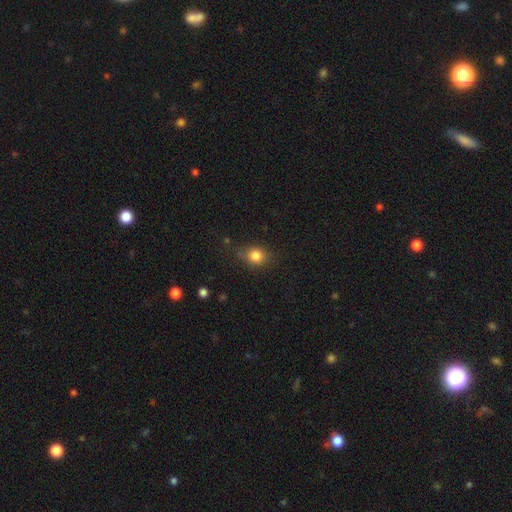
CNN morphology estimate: A smooth galaxy with no disk features (83%) that is round (67%). Merging: none (75%).